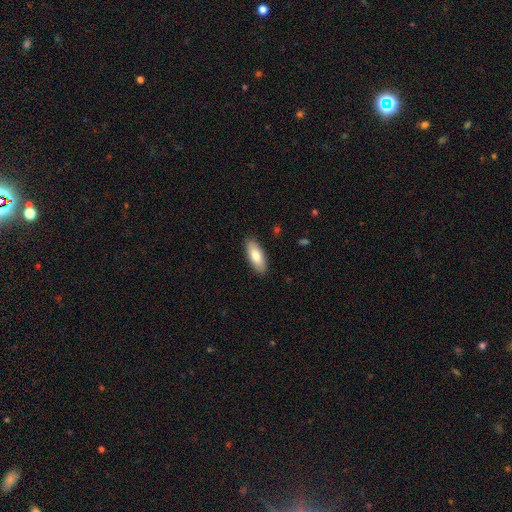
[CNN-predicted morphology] Smooth or featured? smooth (81%)
How rounded? in between (76%)
Merging? none (89%)